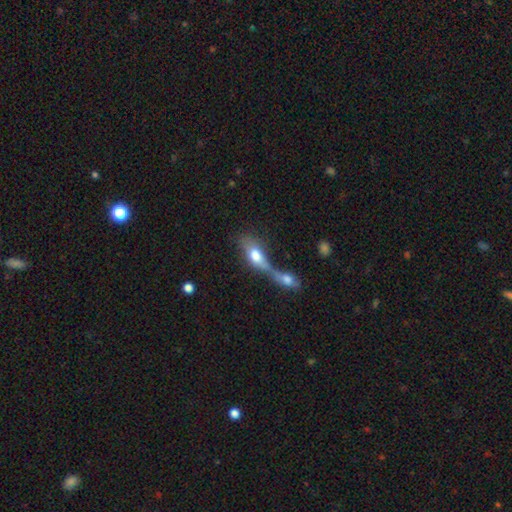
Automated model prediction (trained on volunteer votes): Smooth or featured? smooth (64%)
How rounded? in between (76%)
Merging? merger (72%)